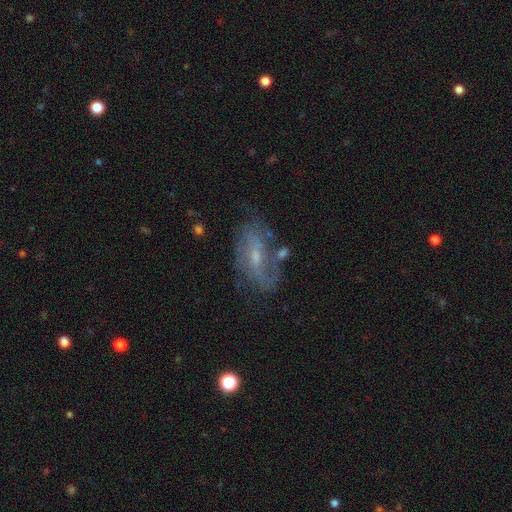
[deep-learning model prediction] smooth-or-featured: featured or disk: 69% | smooth: 22% | star or artifact: 10%
  disk-edge-on: no: 89% | yes: 11%
    bar: weak: 47% | no: 35% | strong: 18%
    has-spiral-arms: yes: 78% | no: 22%
    bulge-size: small: 55% | moderate: 35% | none: 7% | large: 2% | dominant: 1%
  merging: none: 57% | minor disturbance: 22% | major disturbance: 14% | merger: 8%